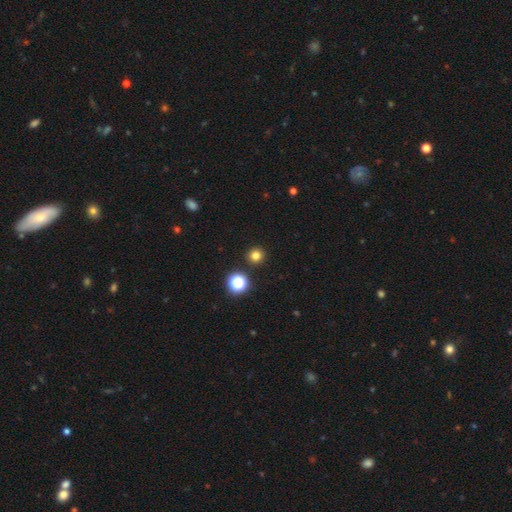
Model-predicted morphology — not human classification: smooth_or_featured: smooth (p=0.79) [alt: star or artifact p=0.16]
how_rounded: round (p=0.94) [alt: in between p=0.05]
merging: none (p=0.92) [alt: minor disturbance p=0.04]